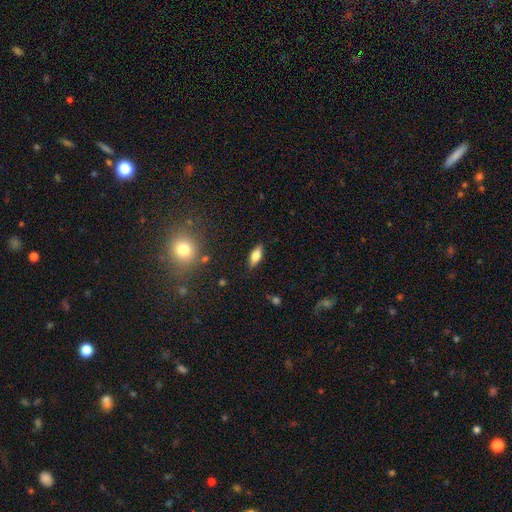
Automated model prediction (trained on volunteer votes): smooth 71%, featured or disk 21%, star or artifact 8%. Down the decision tree: how rounded — in between (75%); merging — none (86%).